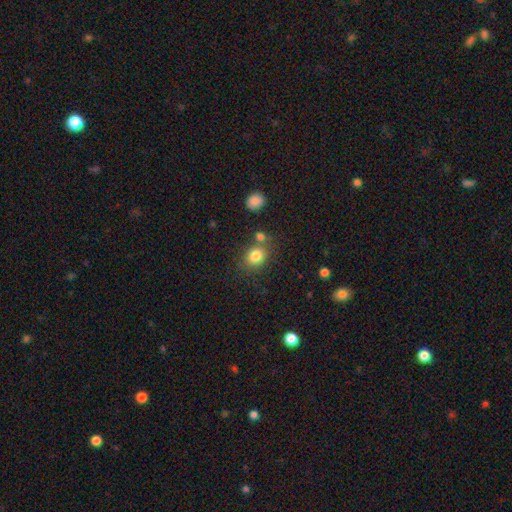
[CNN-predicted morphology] This appears to be a smooth galaxy with no disk features (82%) that is round (61%). Merging: none (68%).